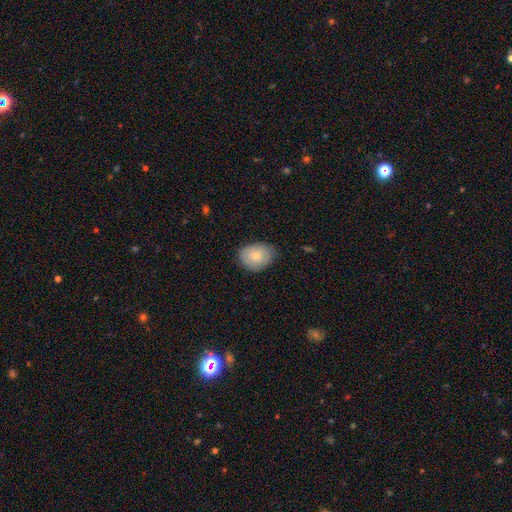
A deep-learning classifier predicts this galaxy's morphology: Q: Smooth or featured?
A: smooth (73%); runner-up: featured or disk (20%)
Q: How rounded?
A: in between (61%); runner-up: round (38%)
Q: Merging?
A: none (74%); runner-up: minor disturbance (21%)